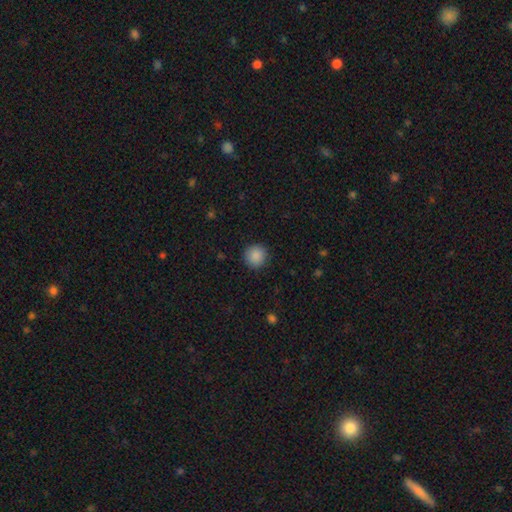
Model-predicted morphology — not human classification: The model was most divided on "smooth or featured": smooth: 89%, star or artifact: 8%, featured or disk: 3%. More confident: how rounded — round (93%); merging — none (90%).